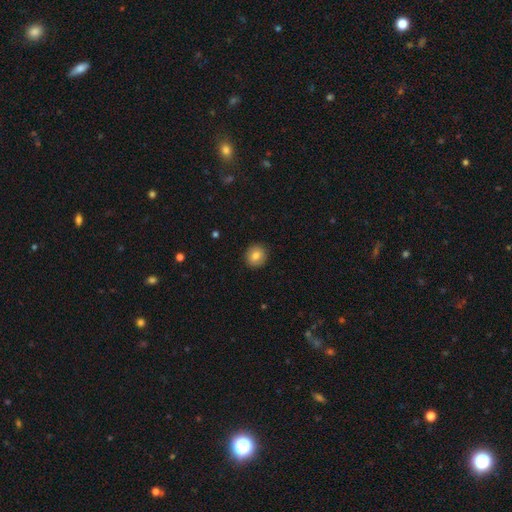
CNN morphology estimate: This is clearly a smooth galaxy (81%). How rounded: clearly round (90%). Merging: clearly none (92%).